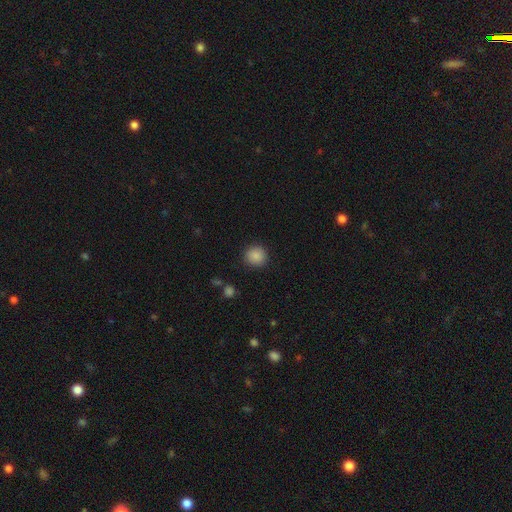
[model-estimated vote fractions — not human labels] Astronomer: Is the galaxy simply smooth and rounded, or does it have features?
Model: smooth — 88%.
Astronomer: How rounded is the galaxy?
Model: round — 92%.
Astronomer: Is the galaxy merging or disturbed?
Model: none — 90%.